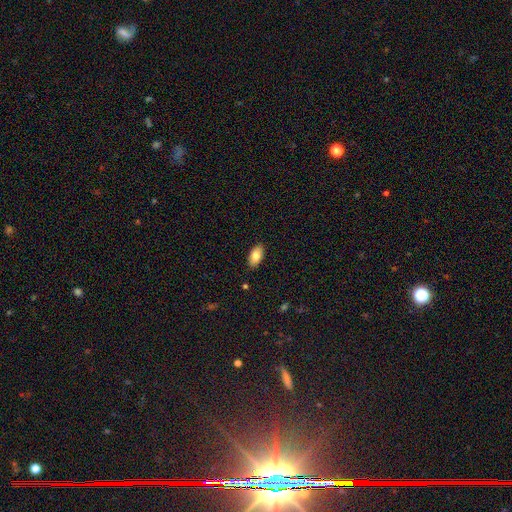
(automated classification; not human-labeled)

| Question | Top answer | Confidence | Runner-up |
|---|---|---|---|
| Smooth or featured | smooth | 82% | featured or disk (11%) |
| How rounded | in between | 93% | cigar-shaped (5%) |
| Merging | none | 89% | minor disturbance (8%) |